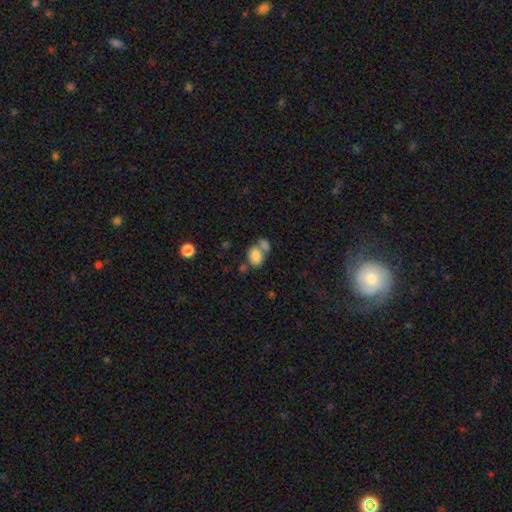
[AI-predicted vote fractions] smooth 82%, featured or disk 9%, star or artifact 9%. Down the decision tree: how rounded — in between (72%); merging — merger (48%).